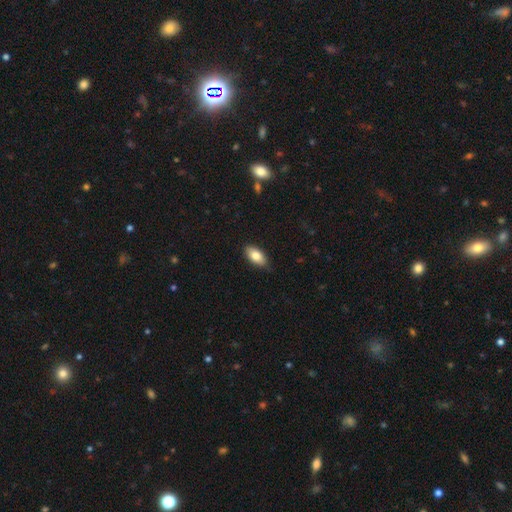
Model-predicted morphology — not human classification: Smooth or featured? smooth (81%)
How rounded? in between (92%)
Merging? none (82%)